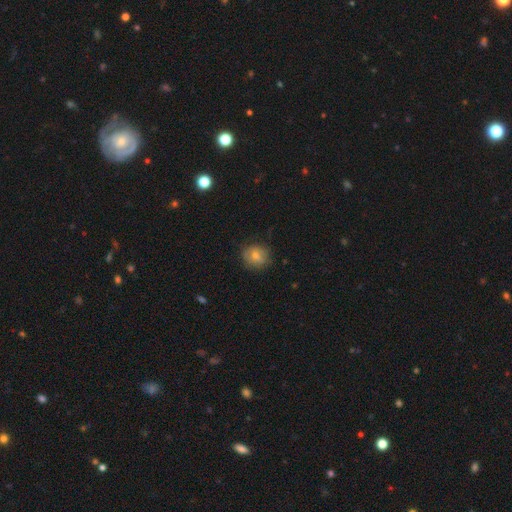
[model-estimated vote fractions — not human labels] Q: Smooth or featured?
A: smooth (70%); runner-up: featured or disk (20%)
Q: How rounded?
A: round (73%); runner-up: in between (26%)
Q: Merging?
A: none (78%); runner-up: minor disturbance (16%)